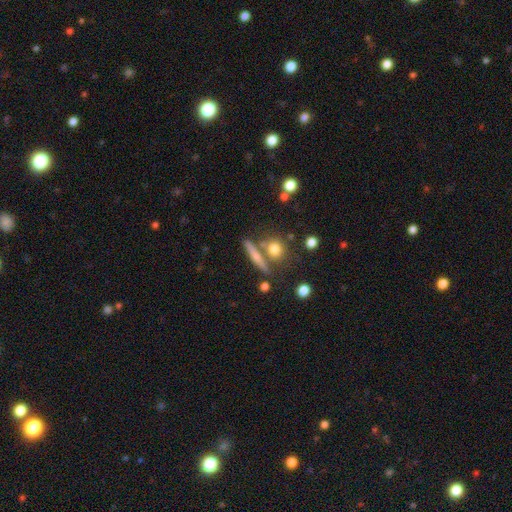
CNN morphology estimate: The model was most divided on "smooth or featured": smooth: 58%, featured or disk: 32%, star or artifact: 9%. More confident: merging — none (70%); how rounded — cigar-shaped (67%).